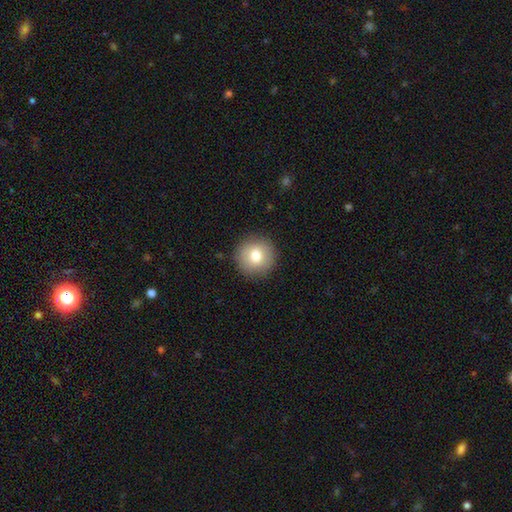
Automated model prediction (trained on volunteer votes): A smooth galaxy with no disk features (78%) that is round (94%). Merging: none (90%).